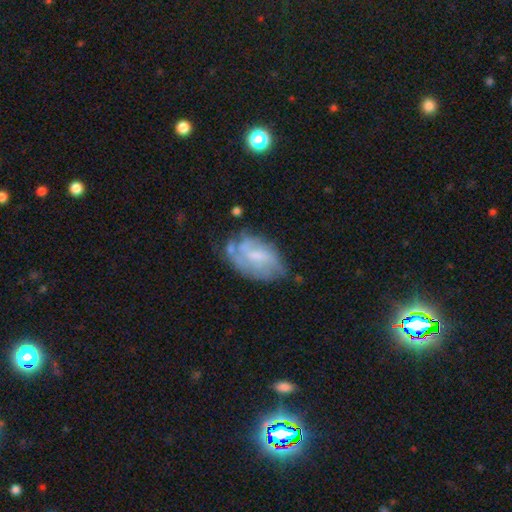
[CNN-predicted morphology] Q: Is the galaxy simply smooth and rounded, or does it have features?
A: featured or disk — 58%.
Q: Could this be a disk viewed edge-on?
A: no — 96%.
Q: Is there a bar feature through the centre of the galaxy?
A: weak — 48%.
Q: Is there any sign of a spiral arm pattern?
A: yes — 63%.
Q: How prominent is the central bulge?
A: small — 46%.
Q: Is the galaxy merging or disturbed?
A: none — 47%.